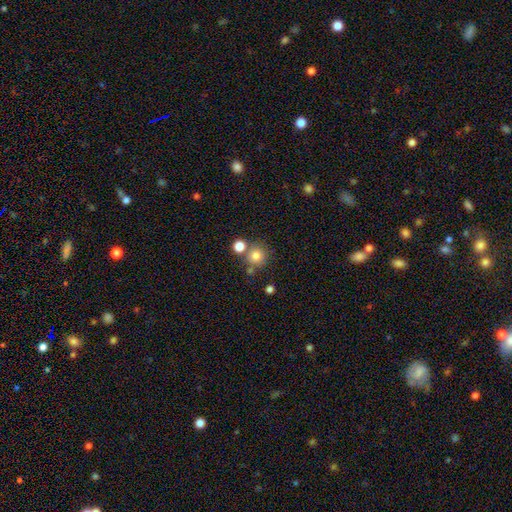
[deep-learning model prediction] smooth_or_featured: smooth (p=0.78) [alt: star or artifact p=0.13]
how_rounded: round (p=0.92) [alt: in between p=0.07]
merging: none (p=0.68) [alt: merger p=0.20]